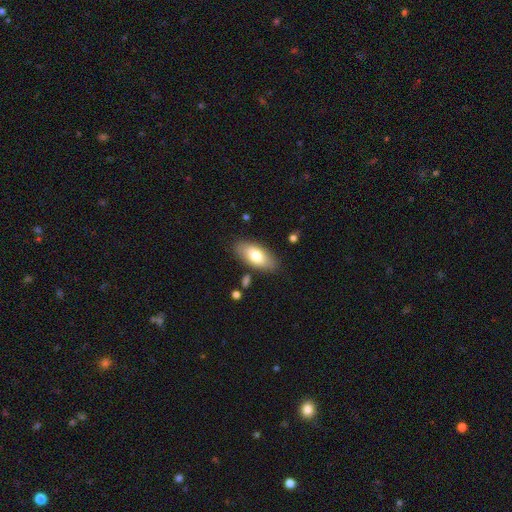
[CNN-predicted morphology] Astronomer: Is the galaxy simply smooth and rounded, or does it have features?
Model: smooth — 75%.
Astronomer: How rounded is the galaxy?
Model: in between — 88%.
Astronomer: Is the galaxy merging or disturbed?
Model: none — 84%.